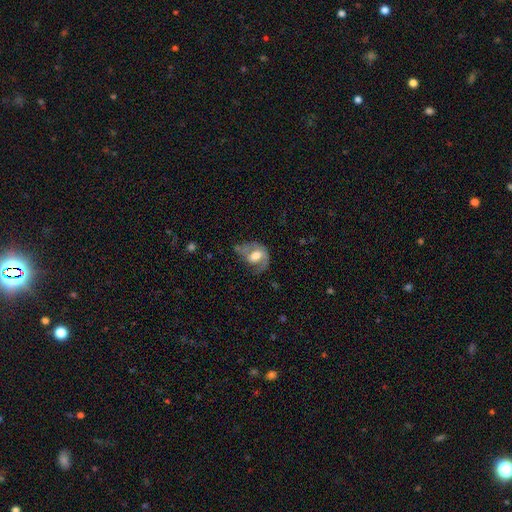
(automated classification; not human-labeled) Smooth or featured? Predicted: featured or disk (p=0.60). Edge-on disk? Predicted: no (p=0.96). Bar? Predicted: no (p=0.52). Spiral arms? Predicted: yes (p=0.75). Bulge size? Predicted: moderate (p=0.49). Merging? Predicted: none (p=0.35, tied with major disturbance).